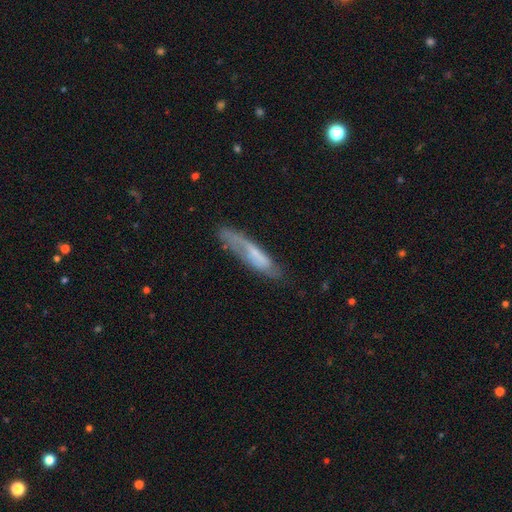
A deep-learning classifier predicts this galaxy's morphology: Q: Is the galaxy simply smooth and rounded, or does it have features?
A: featured or disk — 55%.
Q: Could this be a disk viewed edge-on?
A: no — 58%.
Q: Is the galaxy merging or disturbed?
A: none — 60%.